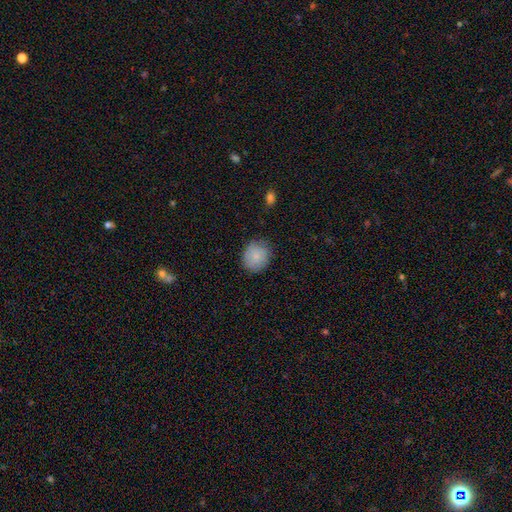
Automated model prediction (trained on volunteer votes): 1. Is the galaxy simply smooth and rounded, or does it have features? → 82% smooth, 11% featured or disk, 7% star or artifact.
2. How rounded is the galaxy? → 77% round, 22% in between, 1% cigar-shaped.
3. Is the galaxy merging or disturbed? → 76% none, 19% minor disturbance, 4% major disturbance, 1% merger.